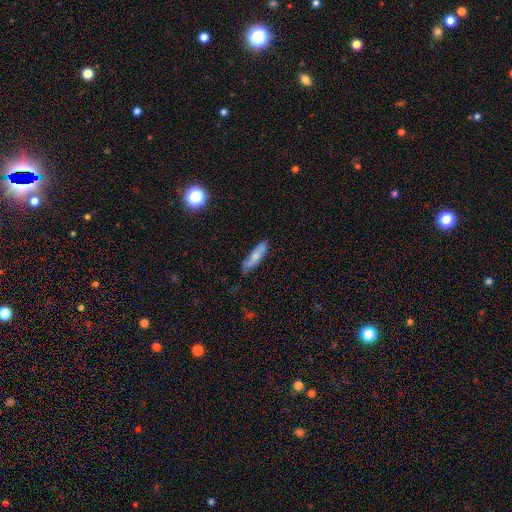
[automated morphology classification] smooth 69%, featured or disk 25%, star or artifact 7%. Down the decision tree: how rounded — cigar-shaped (68%); merging — none (71%).